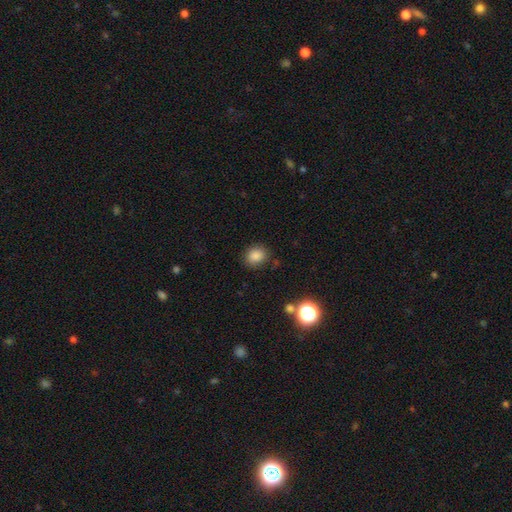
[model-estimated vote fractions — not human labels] Smooth or featured? smooth (85%)
How rounded? round (70%)
Merging? none (84%)